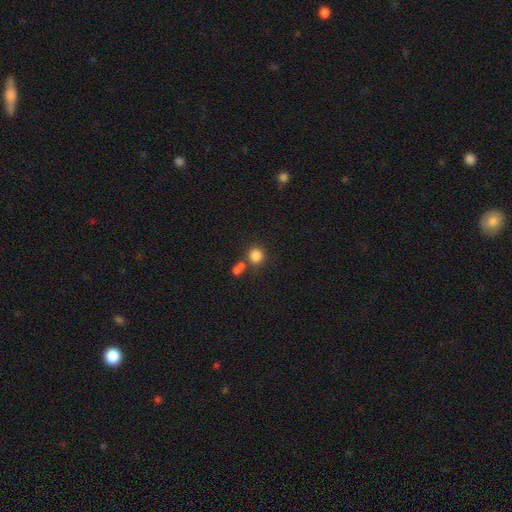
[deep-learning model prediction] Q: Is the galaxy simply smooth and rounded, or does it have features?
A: smooth — 83%.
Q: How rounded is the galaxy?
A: round — 90%.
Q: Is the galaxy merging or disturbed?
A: none — 67%.